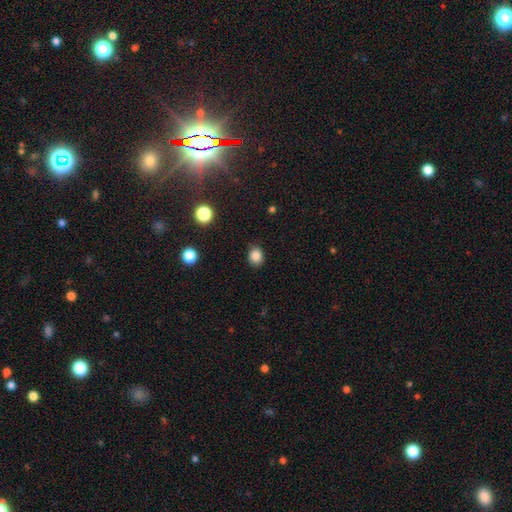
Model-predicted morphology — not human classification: The model was most divided on "how rounded": round: 63%, in between: 37%, cigar-shaped: 1%. More confident: smooth or featured — smooth (85%); merging — none (85%).